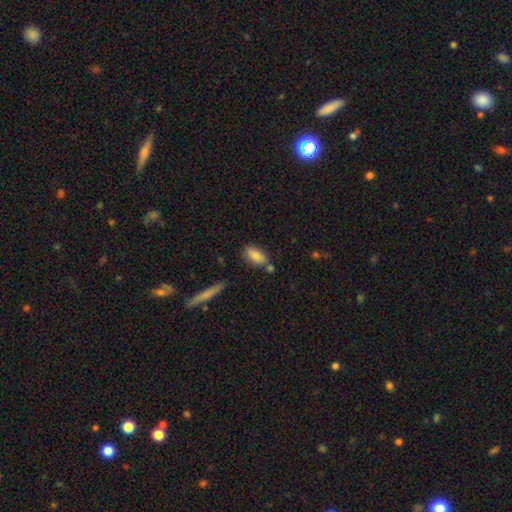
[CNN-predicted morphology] type=smooth (82%); roundness=in between (83%); merging=none (65%).